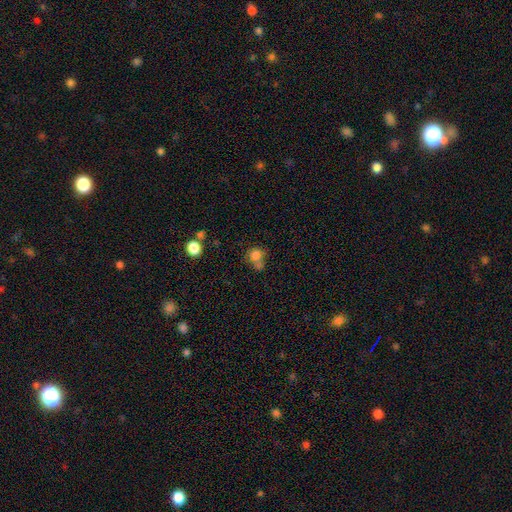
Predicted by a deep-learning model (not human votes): Smooth or featured?
  - smooth: 78% *
  - star or artifact: 12%
  - featured or disk: 10%
How rounded?
  - round: 80% *
  - in between: 19%
  - cigar-shaped: 1%
Merging?
  - none: 43% *
  - merger: 36%
  - minor disturbance: 14%
  - major disturbance: 8%